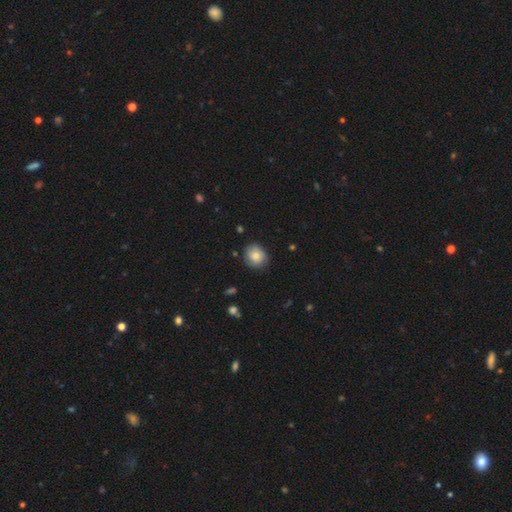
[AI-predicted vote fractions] smooth_or_featured: smooth (p=0.81) [alt: featured or disk p=0.11]
how_rounded: round (p=0.73) [alt: in between p=0.26]
merging: none (p=0.79) [alt: minor disturbance p=0.17]